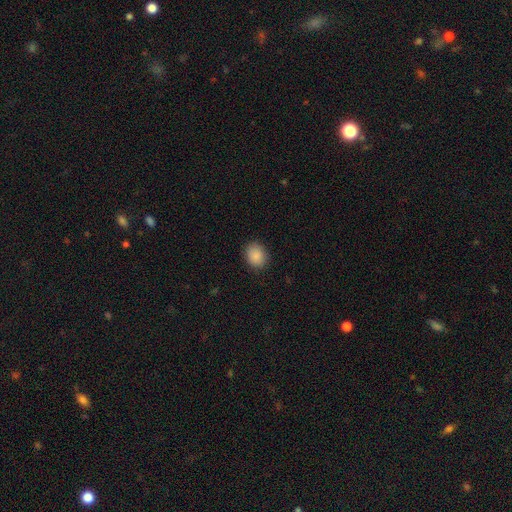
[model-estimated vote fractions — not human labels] A smooth galaxy with no disk features (88%) that is round (57%). Merging: none (88%).